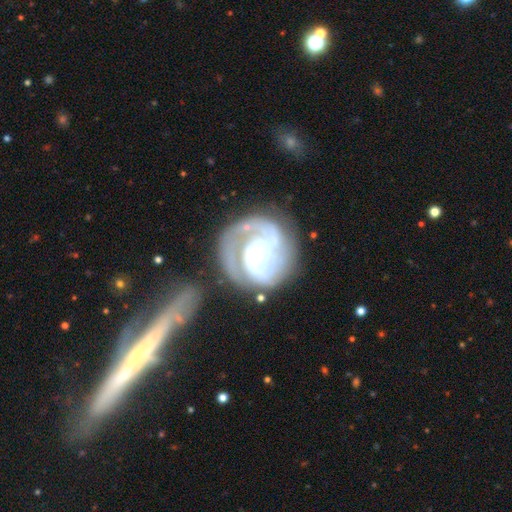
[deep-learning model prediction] Q: Smooth or featured?
A: featured or disk (87%); runner-up: smooth (8%)
Q: Edge-on disk?
A: no (98%); runner-up: yes (2%)
Q: Bar?
A: no (64%); runner-up: weak (27%)
Q: Spiral arms?
A: yes (96%); runner-up: no (4%)
Q: Spiral winding?
A: tight (55%); runner-up: medium (36%)
Q: Spiral arm count?
A: 2 (42%); runner-up: 3 (24%)
Q: Bulge size?
A: small (66%); runner-up: moderate (26%)
Q: Merging?
A: none (62%); runner-up: minor disturbance (17%)